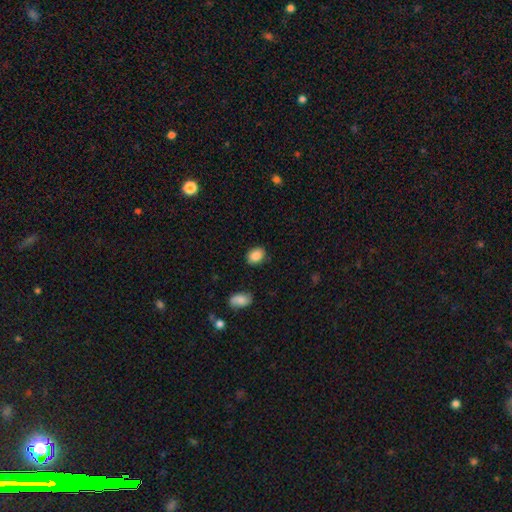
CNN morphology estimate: smooth_or_featured: smooth (p=0.87) [alt: star or artifact p=0.08]
how_rounded: in between (p=0.64) [alt: round p=0.35]
merging: none (p=0.83) [alt: minor disturbance p=0.12]